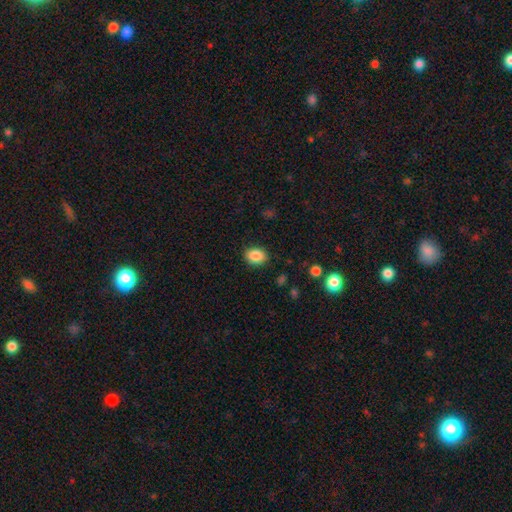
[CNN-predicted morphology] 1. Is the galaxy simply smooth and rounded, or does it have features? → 87% smooth, 9% star or artifact, 5% featured or disk.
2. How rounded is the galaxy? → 67% in between, 32% round, 1% cigar-shaped.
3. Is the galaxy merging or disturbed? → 87% none, 9% minor disturbance, 3% major disturbance, 1% merger.